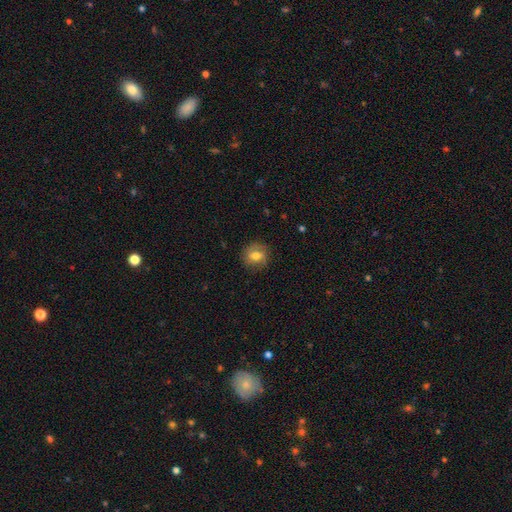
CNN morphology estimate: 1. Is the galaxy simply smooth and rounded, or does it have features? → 65% smooth, 25% featured or disk, 10% star or artifact.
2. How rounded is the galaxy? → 79% round, 20% in between, 1% cigar-shaped.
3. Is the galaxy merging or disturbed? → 79% none, 15% minor disturbance, 5% major disturbance, 1% merger.